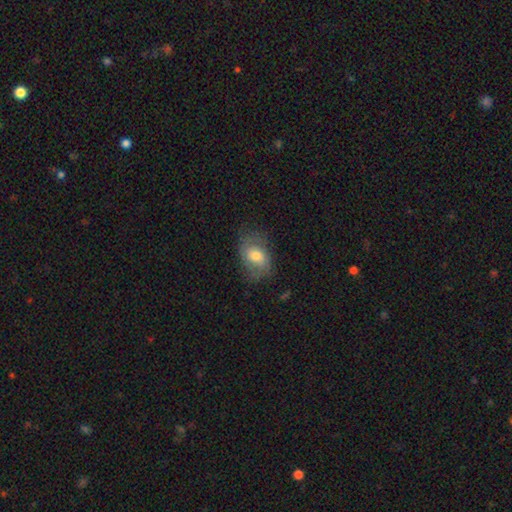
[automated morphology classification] This is possibly a smooth galaxy (52%). How rounded: likely in between (77%). Merging: likely none (63%).